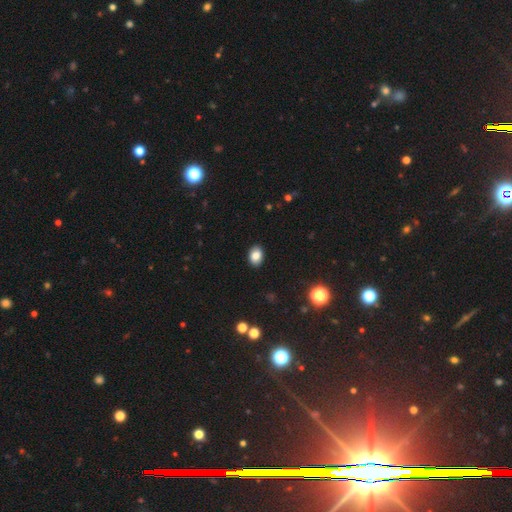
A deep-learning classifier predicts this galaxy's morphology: Smooth or featured: smooth — 84% (star or artifact — 9%)
How rounded: in between — 77% (round — 22%)
Merging: none — 90% (minor disturbance — 7%)